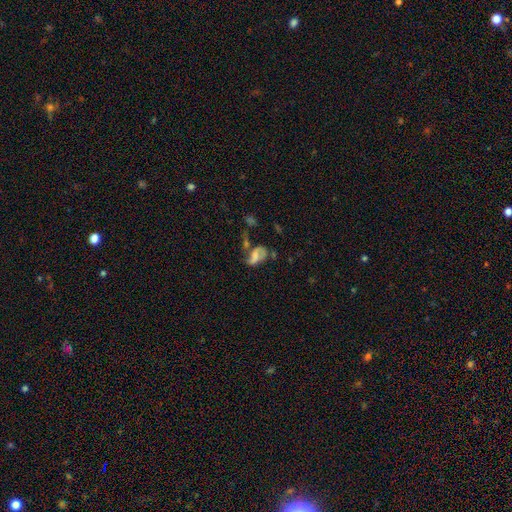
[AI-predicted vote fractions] This is possibly a featured or disk galaxy (52%). It is clearly not viewed edge-on (96%). Merging: marginally none (30%).